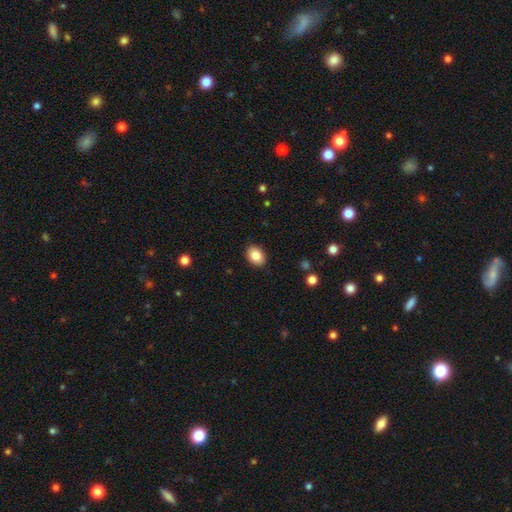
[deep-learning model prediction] Smooth or featured?
  - smooth: 85% *
  - star or artifact: 8%
  - featured or disk: 7%
How rounded?
  - in between: 72% *
  - round: 27%
  - cigar-shaped: 1%
Merging?
  - none: 89% *
  - minor disturbance: 8%
  - major disturbance: 2%
  - merger: 1%